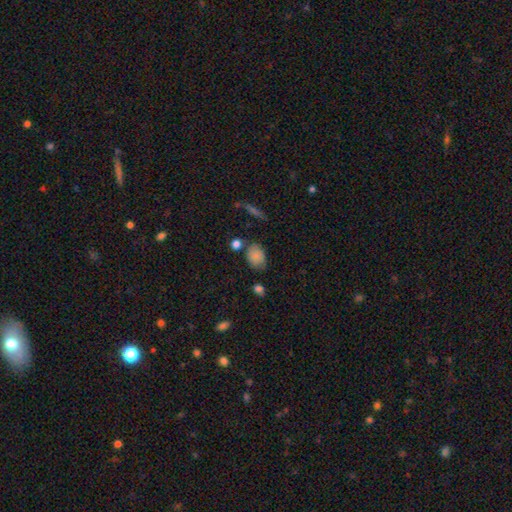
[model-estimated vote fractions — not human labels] Smooth or featured? smooth (83%)
How rounded? in between (72%)
Merging? none (68%)